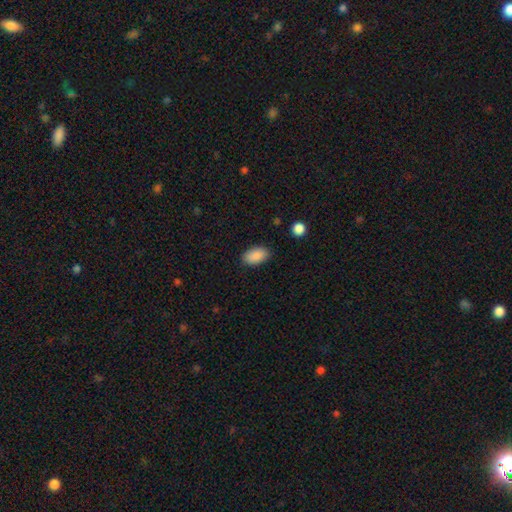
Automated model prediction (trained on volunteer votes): The model was most divided on "merging": none: 86%, minor disturbance: 10%, major disturbance: 3%, merger: 1%. More confident: how rounded — in between (94%); smooth or featured — smooth (90%).